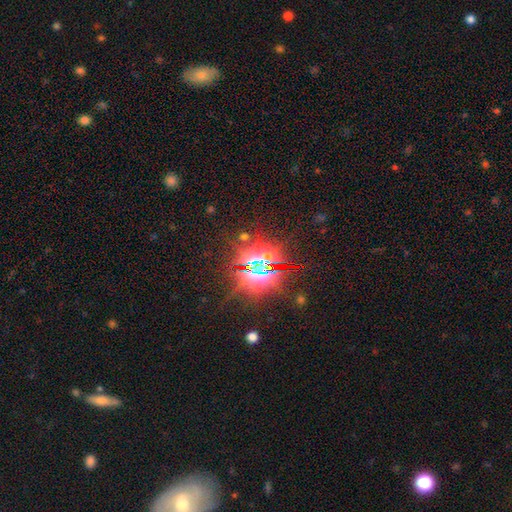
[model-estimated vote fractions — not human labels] Smooth or featured?
  - star or artifact: 84% *
  - featured or disk: 8%
  - smooth: 8%